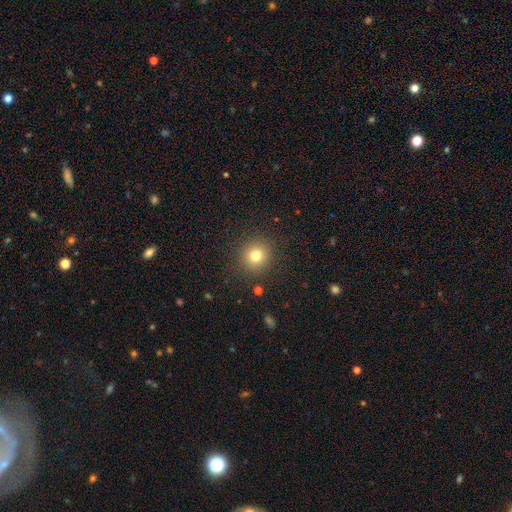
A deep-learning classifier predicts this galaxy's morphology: smooth-or-featured: smooth: 77% | star or artifact: 14% | featured or disk: 9%
  how-rounded: round: 91% | in between: 8% | cigar-shaped: 1%
  merging: none: 89% | minor disturbance: 7% | major disturbance: 3% | merger: 1%